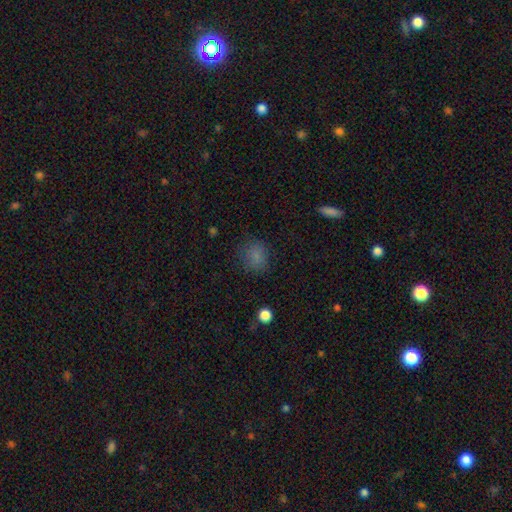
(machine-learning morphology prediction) smooth 80%, star or artifact 14%, featured or disk 6%. Down the decision tree: how rounded — round (75%); merging — none (78%).